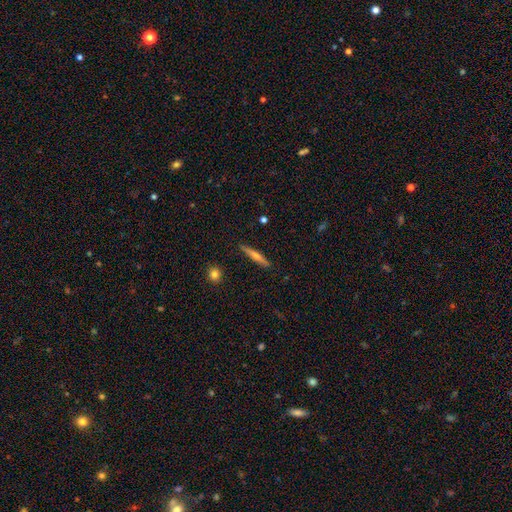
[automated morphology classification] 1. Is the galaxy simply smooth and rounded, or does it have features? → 49% featured or disk, 44% smooth, 7% star or artifact.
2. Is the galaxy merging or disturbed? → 90% none, 7% minor disturbance, 1% major disturbance, 1% merger.